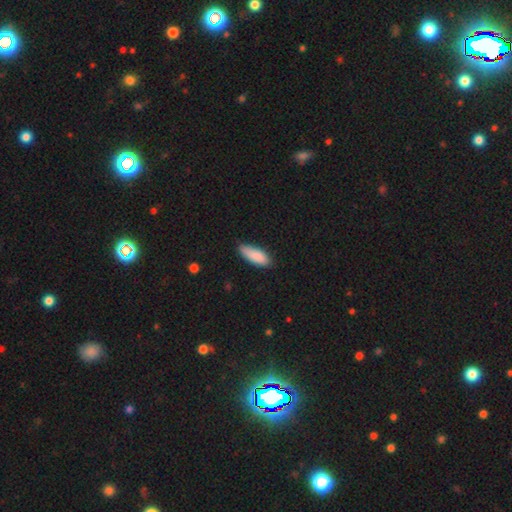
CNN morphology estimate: A smooth galaxy with no disk features (88%) that is in between round and cigar-shaped (71%).

Vote fractions:
- Smooth or featured? smooth: 88% / featured or disk: 6% / star or artifact: 6%
- How rounded? in between: 71% / cigar-shaped: 28% / round: 2%
- Merging? none: 77% / minor disturbance: 20% / major disturbance: 3% / merger: 1%